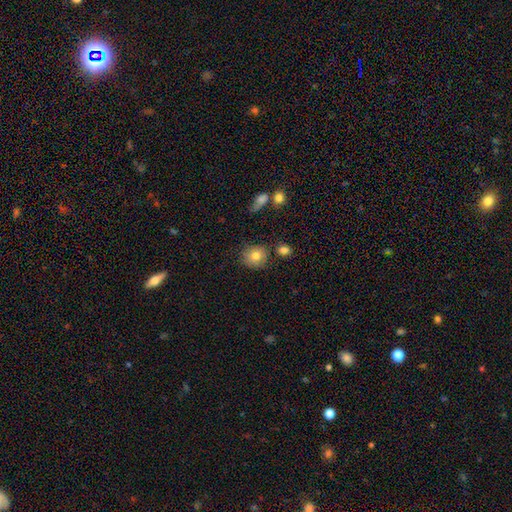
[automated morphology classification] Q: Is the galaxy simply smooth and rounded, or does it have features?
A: smooth — 79%.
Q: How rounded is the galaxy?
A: round — 79%.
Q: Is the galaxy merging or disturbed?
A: none — 76%.